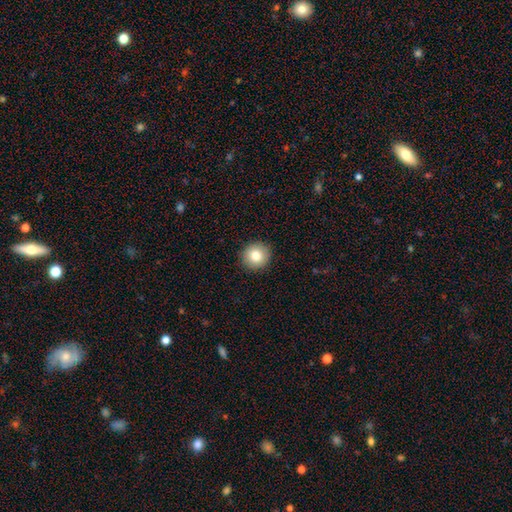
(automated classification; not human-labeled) Overall: smooth (82%). How rounded: round (93%). Merging: none (92%).